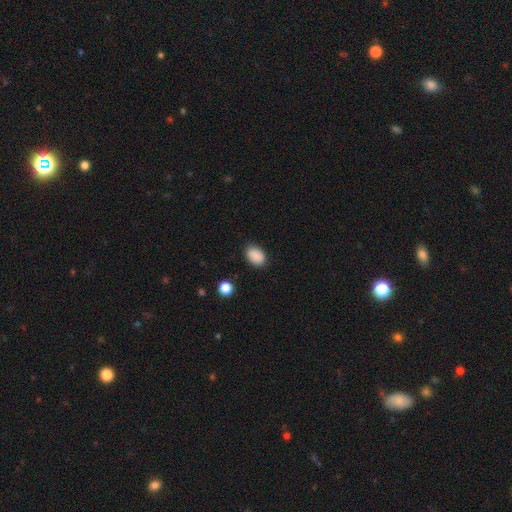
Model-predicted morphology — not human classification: The model was most divided on "how rounded": in between: 82%, round: 17%, cigar-shaped: 1%. More confident: smooth or featured — smooth (89%); merging — none (85%).